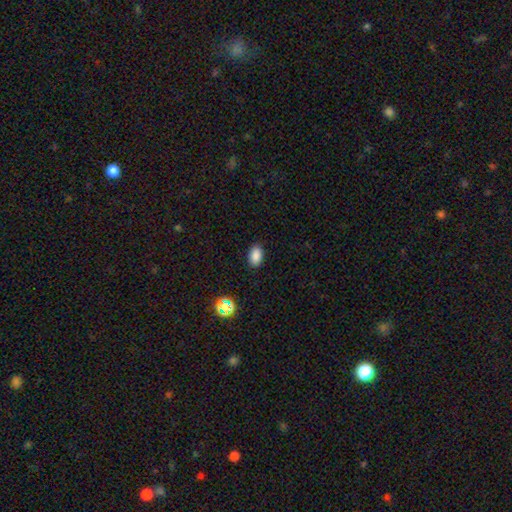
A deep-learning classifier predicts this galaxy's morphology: A smooth galaxy with no disk features (85%) that is in between round and cigar-shaped (89%).

Vote fractions:
- Smooth or featured? smooth: 85% / star or artifact: 12% / featured or disk: 4%
- How rounded? in between: 89% / round: 9% / cigar-shaped: 1%
- Merging? none: 88% / minor disturbance: 9% / major disturbance: 2% / merger: 1%